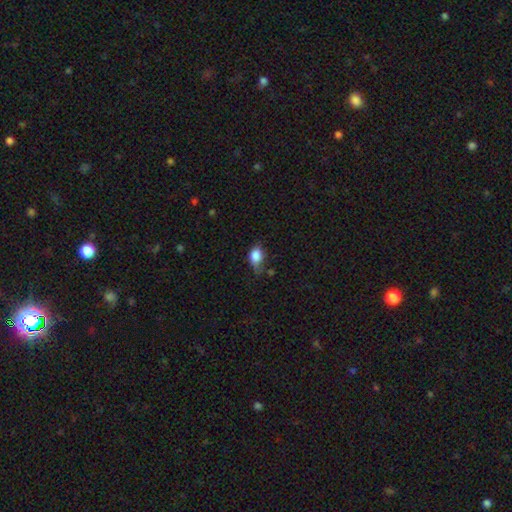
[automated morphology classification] smooth-or-featured: smooth: 84% | star or artifact: 9% | featured or disk: 7%
  how-rounded: in between: 75% | round: 23% | cigar-shaped: 2%
  merging: minor disturbance: 42% | none: 40% | major disturbance: 14% | merger: 4%